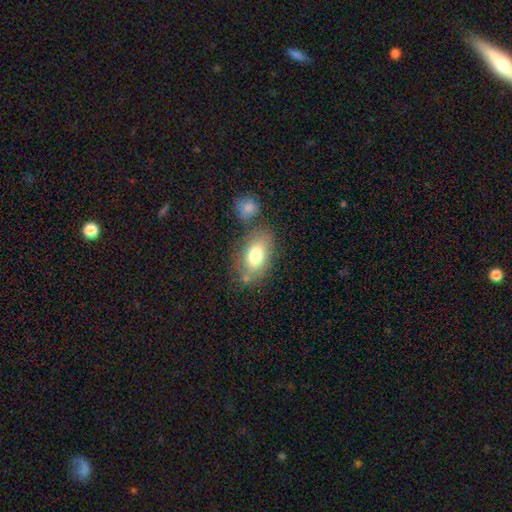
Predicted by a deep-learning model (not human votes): A smooth galaxy with no disk features (75%) that is in between round and cigar-shaped (87%).

Vote fractions:
- Smooth or featured? smooth: 75% / featured or disk: 16% / star or artifact: 9%
- How rounded? in between: 87% / round: 11% / cigar-shaped: 2%
- Merging? none: 65% / minor disturbance: 15% / merger: 15% / major disturbance: 5%